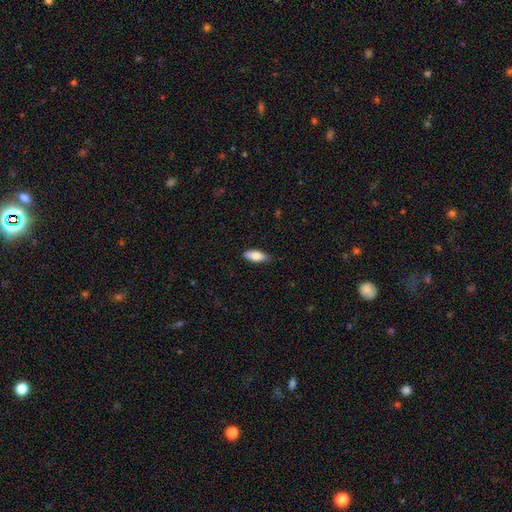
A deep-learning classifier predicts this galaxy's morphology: Smooth or featured?
  - smooth: 80% *
  - featured or disk: 14%
  - star or artifact: 6%
How rounded?
  - in between: 77% *
  - cigar-shaped: 20%
  - round: 2%
Merging?
  - none: 83% *
  - minor disturbance: 14%
  - major disturbance: 2%
  - merger: 1%